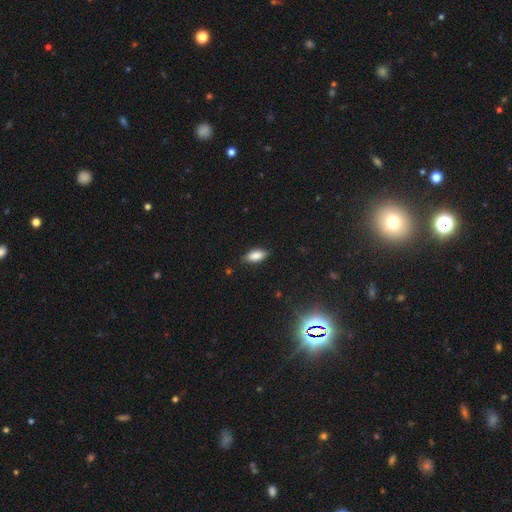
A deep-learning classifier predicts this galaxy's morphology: smooth_or_featured: smooth (p=0.85) [alt: star or artifact p=0.08]
how_rounded: in between (p=0.86) [alt: cigar-shaped p=0.12]
merging: none (p=0.78) [alt: minor disturbance p=0.17]